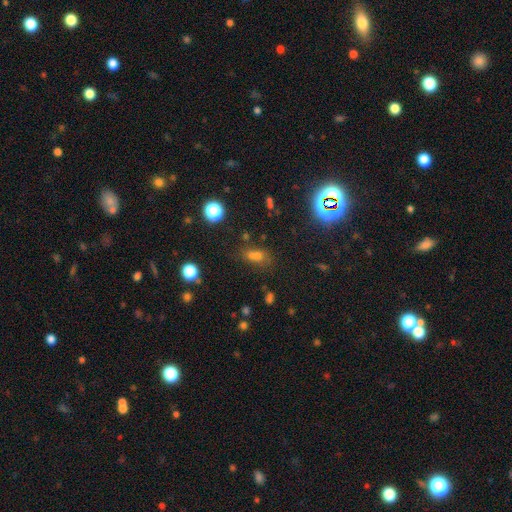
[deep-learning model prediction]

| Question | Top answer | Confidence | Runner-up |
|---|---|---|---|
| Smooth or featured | smooth | 54% | star or artifact (35%) |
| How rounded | in between | 57% | round (35%) |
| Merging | none | 55% | merger (23%) |